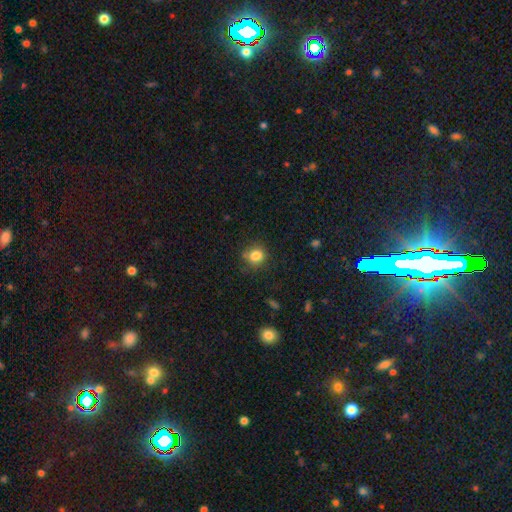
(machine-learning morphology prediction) A smooth galaxy with no disk features (81%) that is round (74%).

Vote fractions:
- Smooth or featured? smooth: 81% / star or artifact: 12% / featured or disk: 7%
- How rounded? round: 74% / in between: 25% / cigar-shaped: 1%
- Merging? none: 69% / minor disturbance: 21% / major disturbance: 6% / merger: 4%